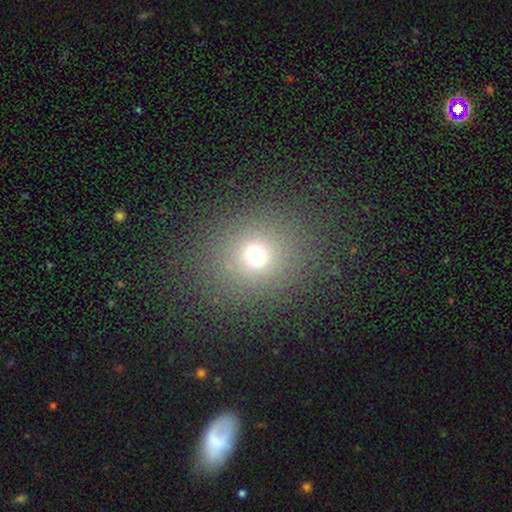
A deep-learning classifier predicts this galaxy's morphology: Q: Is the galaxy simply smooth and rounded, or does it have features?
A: smooth — 67%.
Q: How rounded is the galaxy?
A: round — 77%.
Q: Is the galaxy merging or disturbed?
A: none — 83%.